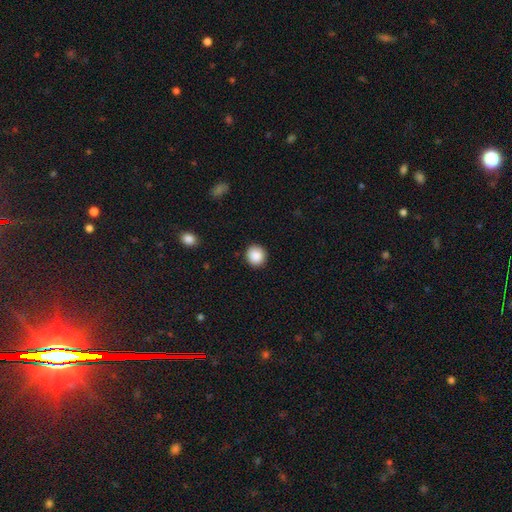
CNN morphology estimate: Smooth or featured: smooth — 89% (star or artifact — 8%)
How rounded: round — 91% (in between — 8%)
Merging: none — 92% (minor disturbance — 6%)